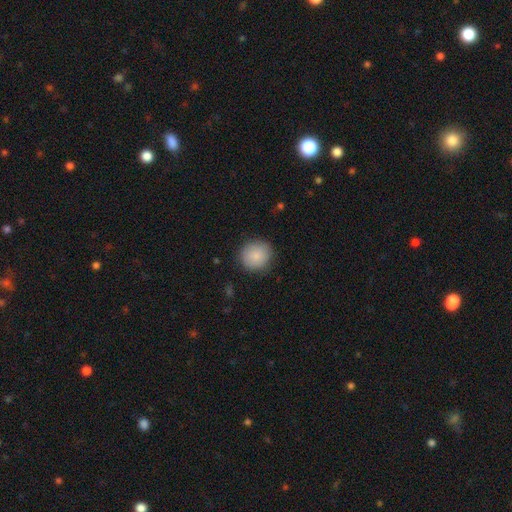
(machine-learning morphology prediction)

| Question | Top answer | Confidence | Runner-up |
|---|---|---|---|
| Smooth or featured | smooth | 87% | star or artifact (7%) |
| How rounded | round | 89% | in between (10%) |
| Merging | none | 87% | minor disturbance (10%) |